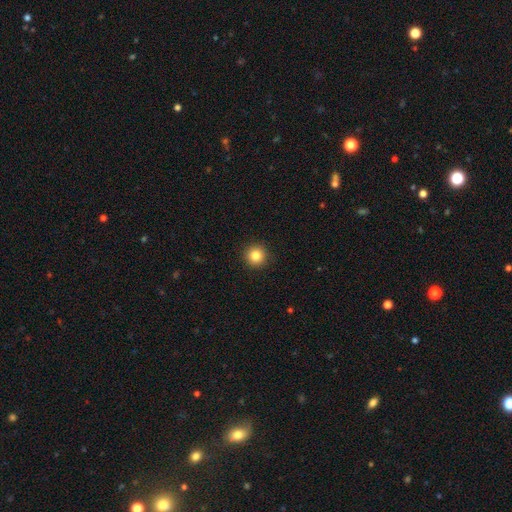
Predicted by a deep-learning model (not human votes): A smooth galaxy with no disk features (84%) that is round (95%). Merging: none (92%).